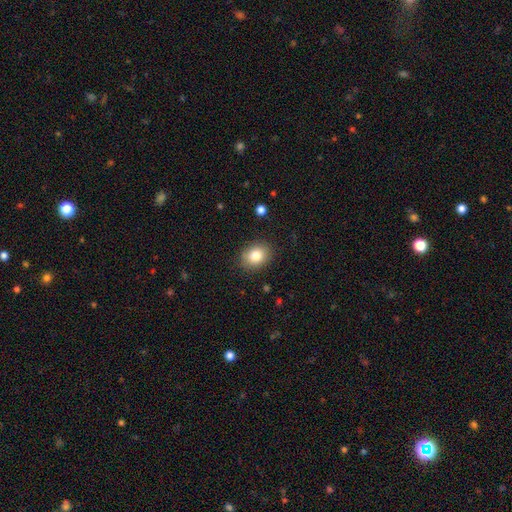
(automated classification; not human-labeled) This appears to be a smooth galaxy with no disk features (82%) that is in between round and cigar-shaped (57%). Merging: none (86%).